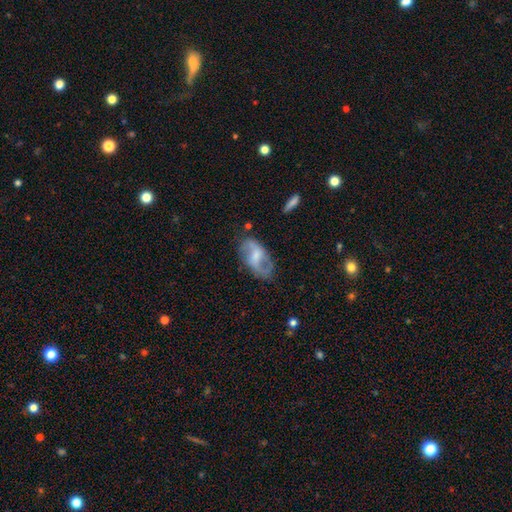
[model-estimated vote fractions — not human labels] Smooth or featured?
  - featured or disk: 70% *
  - smooth: 24%
  - star or artifact: 6%
Edge-on disk?
  - no: 95% *
  - yes: 5%
Bar?
  - weak: 50% *
  - no: 30%
  - strong: 20%
Spiral arms?
  - yes: 84% *
  - no: 16%
Spiral winding?
  - loose: 48% *
  - medium: 40%
  - tight: 12%
Spiral arm count?
  - 2: 84% *
  - can't tell: 9%
  - 1: 4%
  - 3: 2%
  - 4: 1%
  - more than 4: 1%
Bulge size?
  - moderate: 44% *
  - small: 31%
  - none: 14%
  - large: 10%
  - dominant: 2%
Merging?
  - none: 69% *
  - minor disturbance: 20%
  - major disturbance: 9%
  - merger: 2%